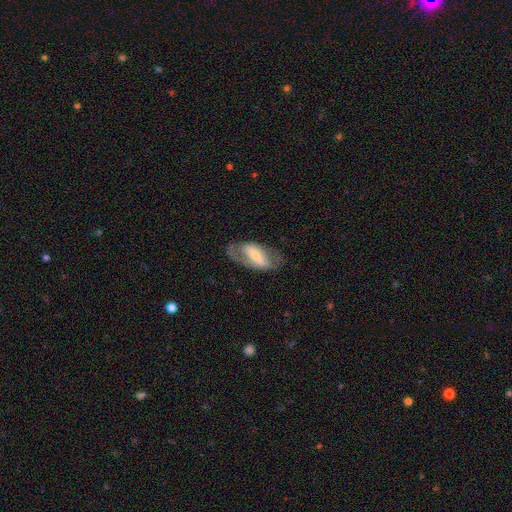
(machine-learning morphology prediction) featured or disk 63%, smooth 30%, star or artifact 6%. Down the decision tree: edge-on disk — no (89%); bar — strong (61%); spiral arms — yes (57%); bulge size — small (57%); merging — none (64%).